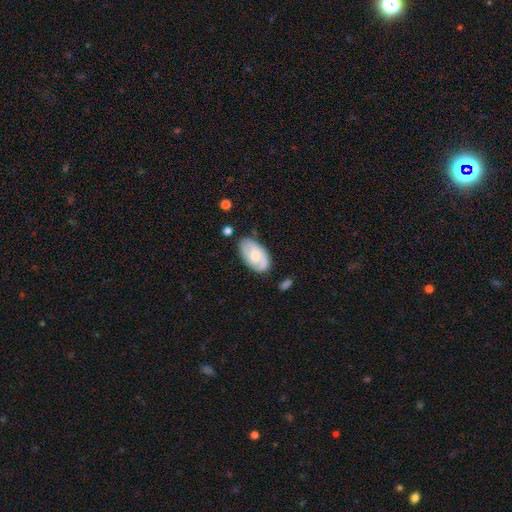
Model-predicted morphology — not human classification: The model was most divided on "smooth or featured": featured or disk: 49%, smooth: 45%, star or artifact: 6%. More confident: merging — none (74%).